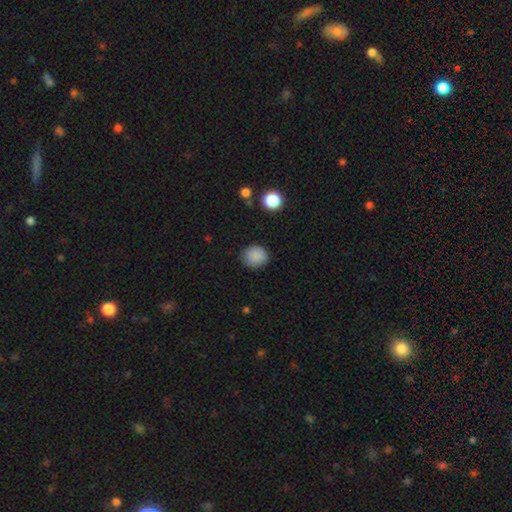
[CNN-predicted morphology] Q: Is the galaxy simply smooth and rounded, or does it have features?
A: smooth — 87%.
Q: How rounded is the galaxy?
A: round — 78%.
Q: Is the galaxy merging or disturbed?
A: none — 85%.